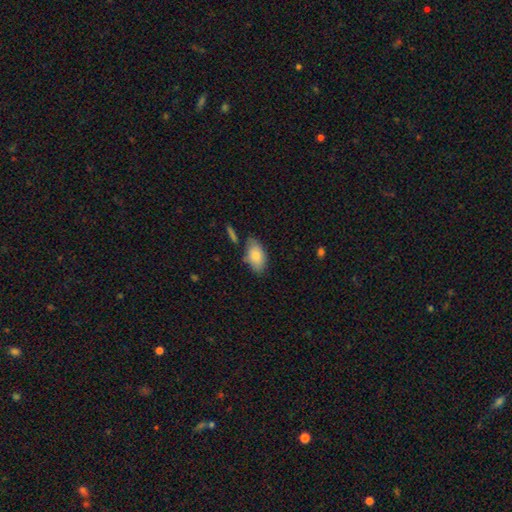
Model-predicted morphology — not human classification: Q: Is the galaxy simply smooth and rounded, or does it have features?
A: smooth — 83%.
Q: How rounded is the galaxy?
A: in between — 93%.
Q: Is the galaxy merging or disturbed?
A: none — 68%.